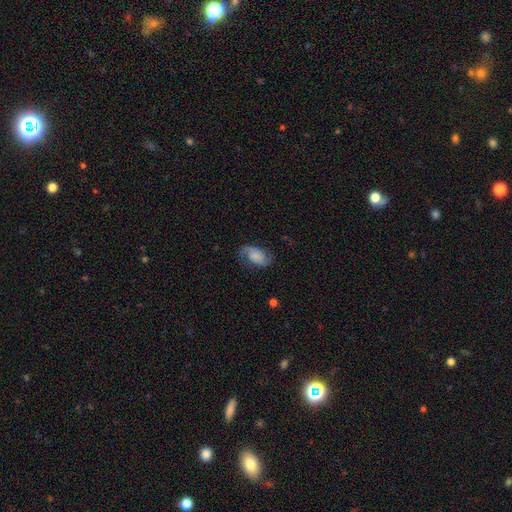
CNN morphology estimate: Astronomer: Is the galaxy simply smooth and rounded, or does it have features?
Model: featured or disk — 65%.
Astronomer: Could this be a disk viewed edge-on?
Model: no — 97%.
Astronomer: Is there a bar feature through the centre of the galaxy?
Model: no — 58%.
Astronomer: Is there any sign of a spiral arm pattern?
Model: yes — 94%.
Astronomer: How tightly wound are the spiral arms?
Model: loose — 43% (runner-up: medium, 41%).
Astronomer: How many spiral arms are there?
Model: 2 — 89%.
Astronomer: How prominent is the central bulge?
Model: none — 48%.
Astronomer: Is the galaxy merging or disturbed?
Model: none — 72%.